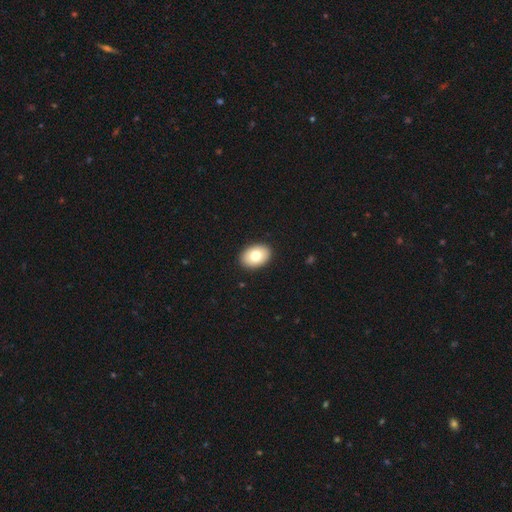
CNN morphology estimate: Smooth or featured: smooth — 78% (featured or disk — 15%)
How rounded: in between — 83% (round — 16%)
Merging: none — 91% (minor disturbance — 6%)